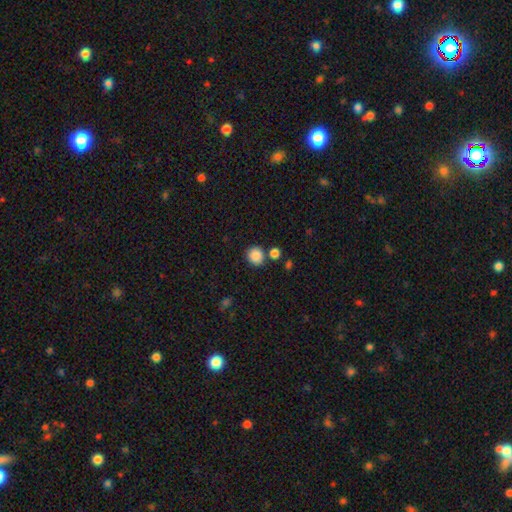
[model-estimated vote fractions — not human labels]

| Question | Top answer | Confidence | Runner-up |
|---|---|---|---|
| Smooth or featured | smooth | 86% | star or artifact (10%) |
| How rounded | round | 87% | in between (12%) |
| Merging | none | 75% | merger (12%) |